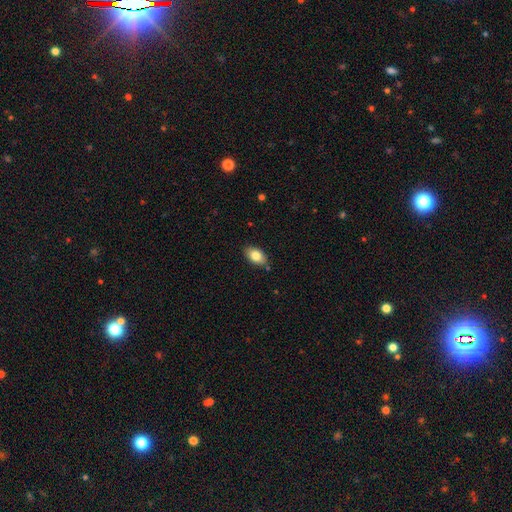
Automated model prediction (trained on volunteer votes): Overall: smooth (82%). How rounded: in between (90%). Merging: none (84%).